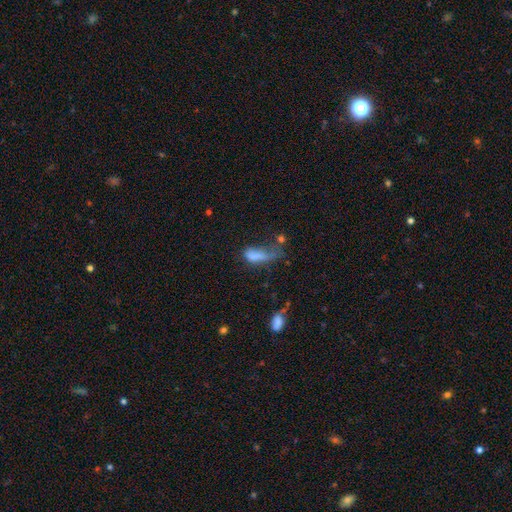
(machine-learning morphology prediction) smooth 69%, featured or disk 19%, star or artifact 12%. Down the decision tree: how rounded — in between (73%); merging — major disturbance (50%).